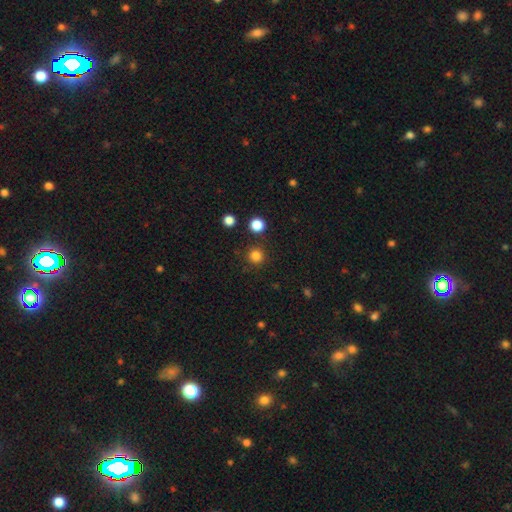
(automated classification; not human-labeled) Smooth or featured: smooth — 83% (star or artifact — 14%)
How rounded: round — 95% (in between — 4%)
Merging: none — 88% (minor disturbance — 6%)